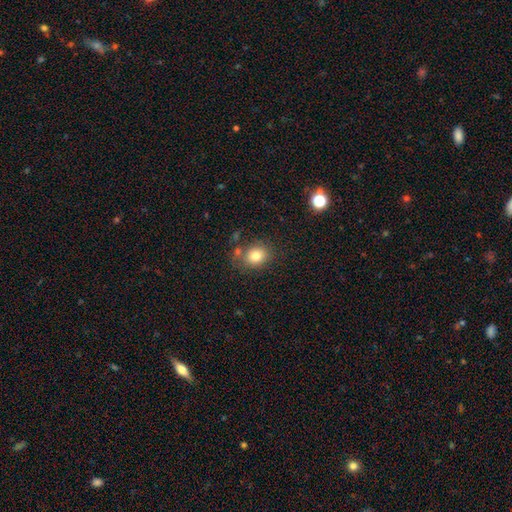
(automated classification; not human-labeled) smooth 79%, star or artifact 11%, featured or disk 10%. Down the decision tree: how rounded — round (63%); merging — none (69%).